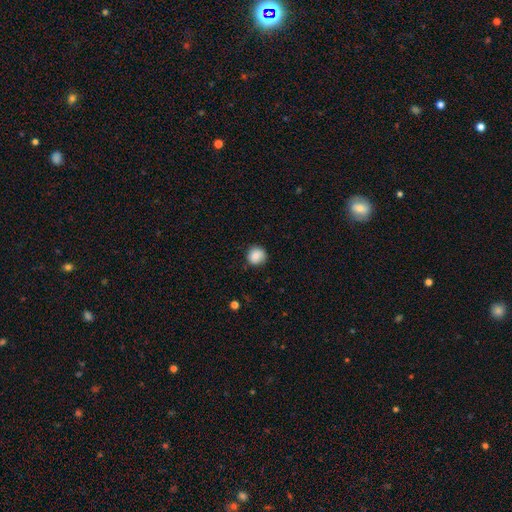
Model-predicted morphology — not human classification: The model was most divided on "merging": none: 85%, minor disturbance: 12%, major disturbance: 2%, merger: 1%. More confident: how rounded — round (92%); smooth or featured — smooth (85%).